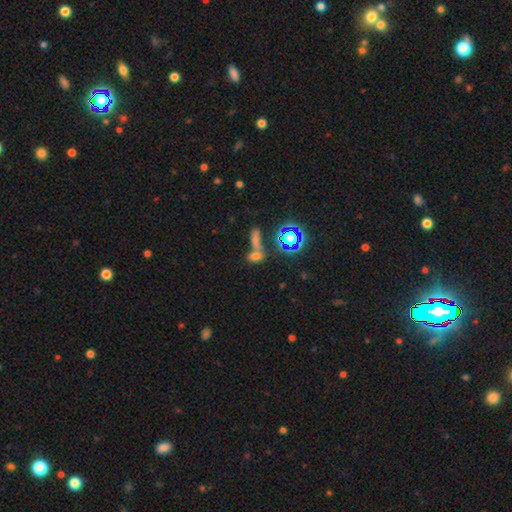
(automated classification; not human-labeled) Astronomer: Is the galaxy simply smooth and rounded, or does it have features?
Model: smooth — 62%.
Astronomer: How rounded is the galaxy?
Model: in between — 66%.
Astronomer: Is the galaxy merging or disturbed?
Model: merger — 49% (runner-up: none, 38%).